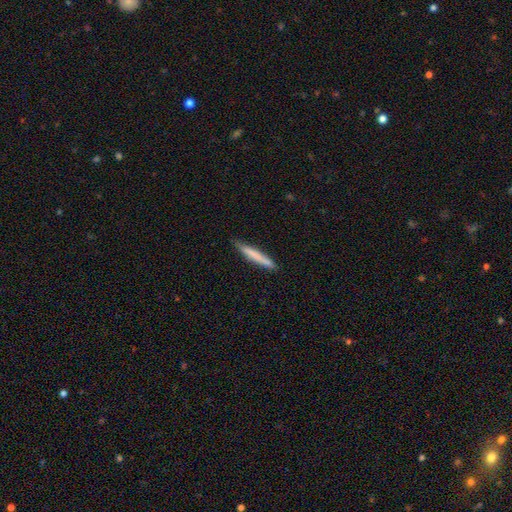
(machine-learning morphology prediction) This is likely a smooth galaxy (72%). How rounded: clearly cigar-shaped (96%). Merging: clearly none (86%).